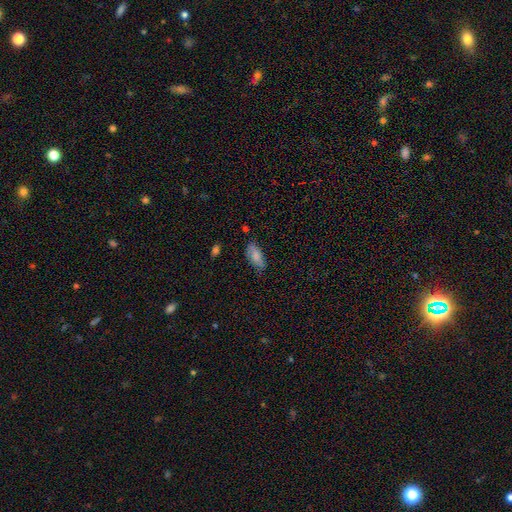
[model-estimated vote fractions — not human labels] smooth 78%, featured or disk 15%, star or artifact 7%. Down the decision tree: how rounded — in between (86%); merging — none (64%).